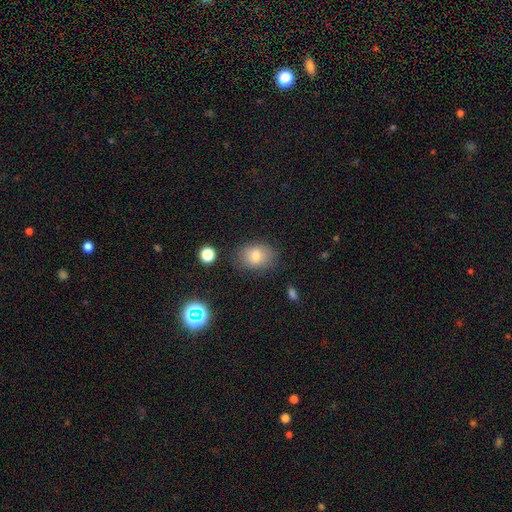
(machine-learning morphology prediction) Smooth or featured?
  - smooth: 76% *
  - star or artifact: 12%
  - featured or disk: 12%
How rounded?
  - in between: 58% *
  - round: 41%
  - cigar-shaped: 1%
Merging?
  - none: 79% *
  - minor disturbance: 14%
  - major disturbance: 4%
  - merger: 2%